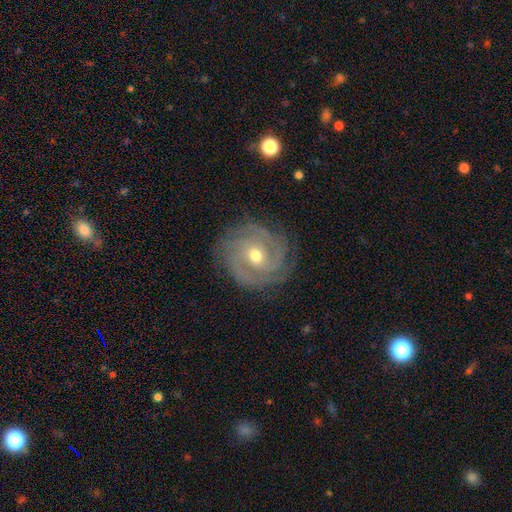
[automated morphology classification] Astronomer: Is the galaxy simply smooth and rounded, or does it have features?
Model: featured or disk — 86%.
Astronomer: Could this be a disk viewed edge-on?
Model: no — 97%.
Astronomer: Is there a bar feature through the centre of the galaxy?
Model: no — 63%.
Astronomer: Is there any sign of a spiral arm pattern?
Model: yes — 96%.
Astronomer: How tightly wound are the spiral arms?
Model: tight — 72%.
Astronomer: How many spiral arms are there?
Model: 3 — 33% (runner-up: can't tell, 22%).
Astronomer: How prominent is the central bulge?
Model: moderate — 66%.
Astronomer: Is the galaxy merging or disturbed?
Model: none — 82%.